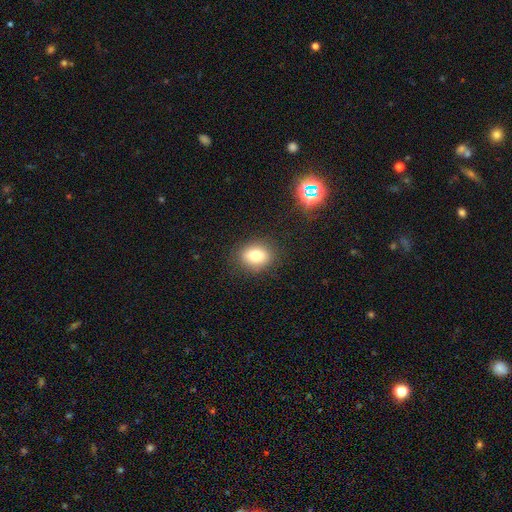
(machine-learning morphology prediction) The model was most divided on "how rounded": in between: 53%, round: 46%, cigar-shaped: 1%. More confident: merging — none (87%); smooth or featured — smooth (78%).